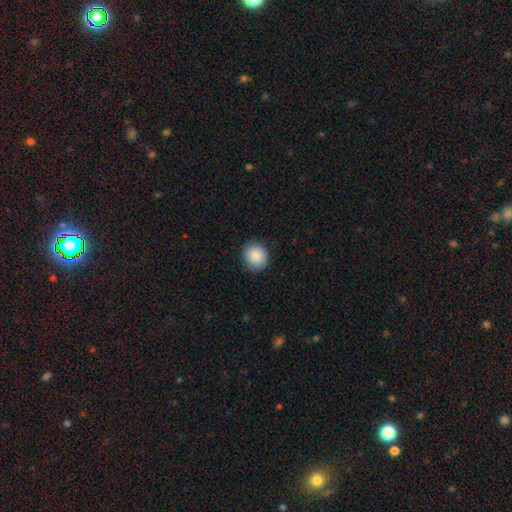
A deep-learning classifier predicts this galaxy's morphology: Smooth or featured: smooth — 87% (star or artifact — 7%)
How rounded: round — 83% (in between — 16%)
Merging: none — 85% (minor disturbance — 12%)